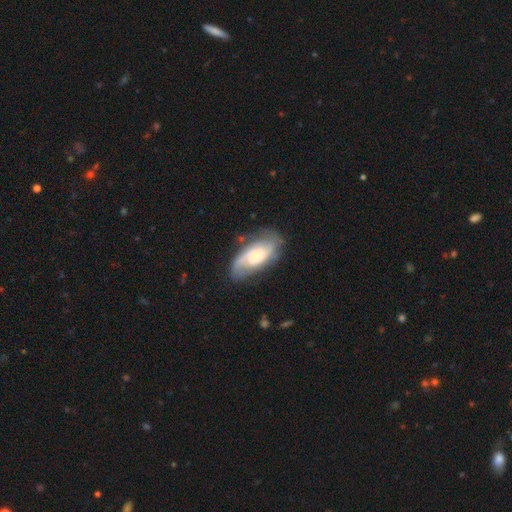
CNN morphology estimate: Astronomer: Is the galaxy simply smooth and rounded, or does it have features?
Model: featured or disk — 77%.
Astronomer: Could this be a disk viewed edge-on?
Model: no — 95%.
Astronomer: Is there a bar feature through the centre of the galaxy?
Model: no — 62%.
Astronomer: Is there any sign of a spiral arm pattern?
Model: yes — 94%.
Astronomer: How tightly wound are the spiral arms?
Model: medium — 46% (runner-up: tight, 34%).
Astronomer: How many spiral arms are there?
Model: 2 — 70%.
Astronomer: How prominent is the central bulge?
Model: small — 51%.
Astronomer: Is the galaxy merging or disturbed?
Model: none — 69%.